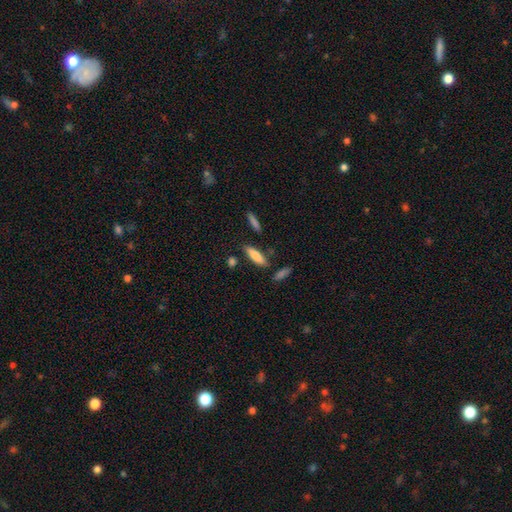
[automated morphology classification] Overall: smooth (81%). How rounded: cigar-shaped (57%; in between 41%). Merging: none (77%).